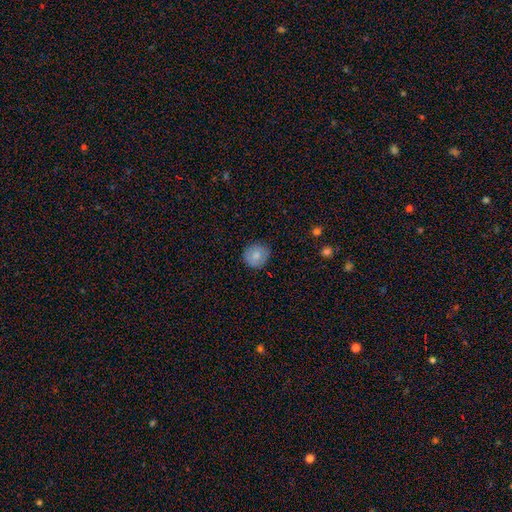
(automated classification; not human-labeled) smooth_or_featured: smooth (p=0.81) [alt: featured or disk p=0.11]
how_rounded: round (p=0.89) [alt: in between p=0.10]
merging: none (p=0.85) [alt: minor disturbance p=0.12]